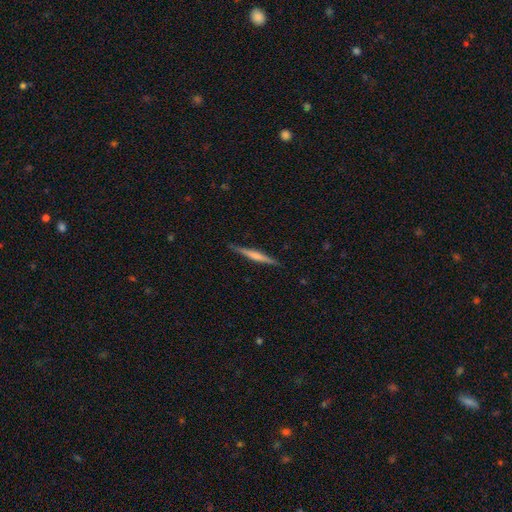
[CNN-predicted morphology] featured or disk 58%, smooth 36%, star or artifact 6%. Down the decision tree: edge-on disk — yes (98%); edge-on bulge — rounded (42%); merging — none (89%).